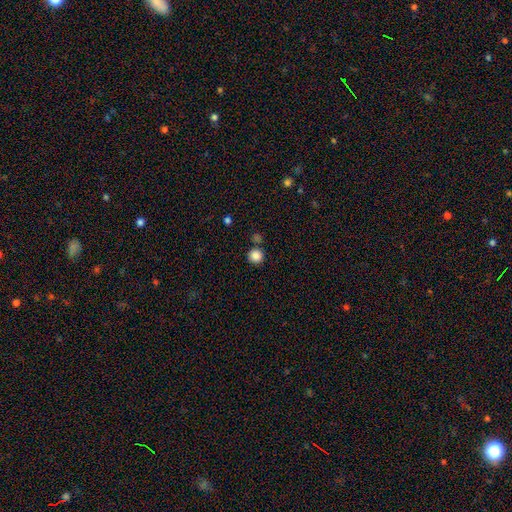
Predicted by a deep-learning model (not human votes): Morphology: type=smooth (86%); roundness=round (94%); merging=none (82%).